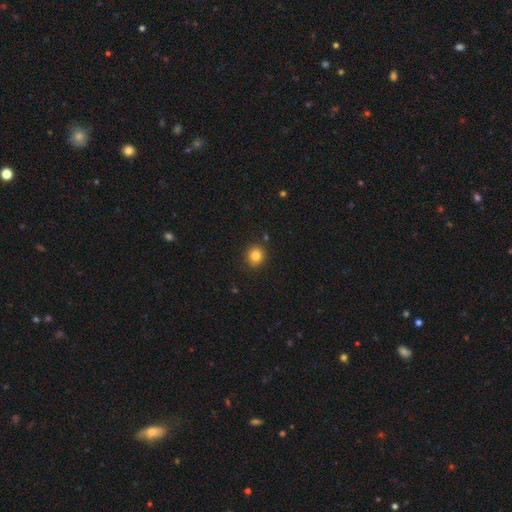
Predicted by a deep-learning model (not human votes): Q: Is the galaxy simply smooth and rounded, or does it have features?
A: smooth — 82%.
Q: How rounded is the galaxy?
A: round — 88%.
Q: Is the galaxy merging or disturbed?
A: none — 89%.